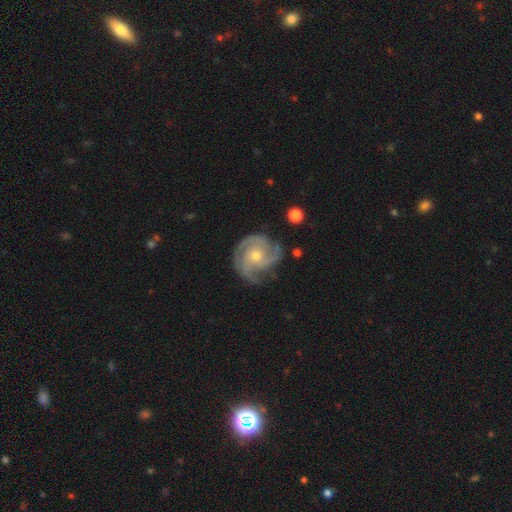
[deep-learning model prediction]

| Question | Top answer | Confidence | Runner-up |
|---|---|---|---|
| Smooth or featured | featured or disk | 89% | smooth (6%) |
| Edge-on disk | no | 98% | yes (2%) |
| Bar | no | 75% | weak (21%) |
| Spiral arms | yes | 98% | no (2%) |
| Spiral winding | tight | 56% | medium (37%) |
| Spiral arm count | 3 | 60% | 4 (14%) |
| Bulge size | moderate | 56% | small (41%) |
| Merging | none | 73% | minor disturbance (19%) |